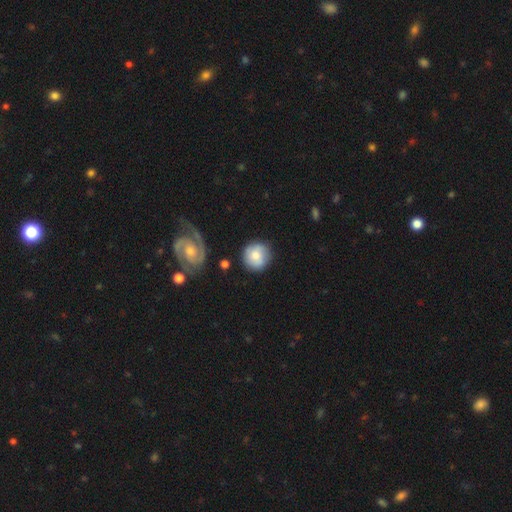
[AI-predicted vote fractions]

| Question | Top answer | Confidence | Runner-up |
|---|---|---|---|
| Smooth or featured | smooth | 64% | featured or disk (30%) |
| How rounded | round | 91% | in between (8%) |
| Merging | none | 78% | minor disturbance (14%) |